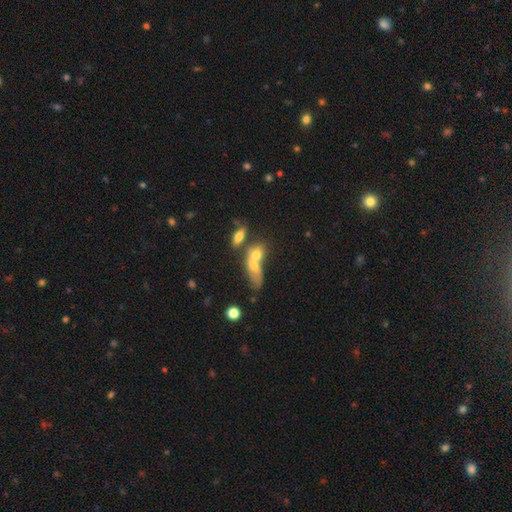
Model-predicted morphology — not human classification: Overall: smooth (59%; featured or disk 28%). How rounded: in between (62%). Merging: merger (57%; none 23%).